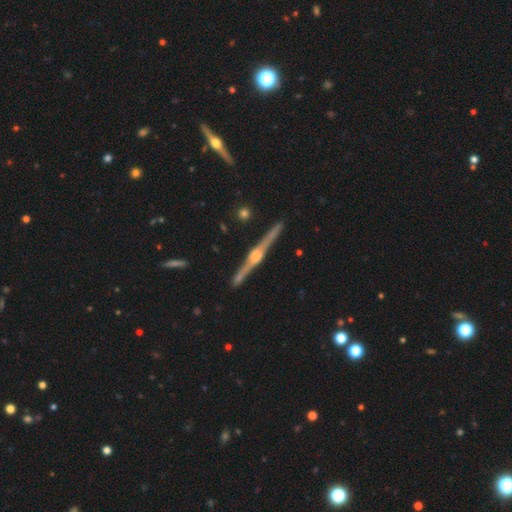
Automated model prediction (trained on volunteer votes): This is clearly a featured or disk galaxy (90%). It is clearly viewed edge-on (99%). Edge-on bulge: clearly rounded (87%). Merging: clearly none (92%).